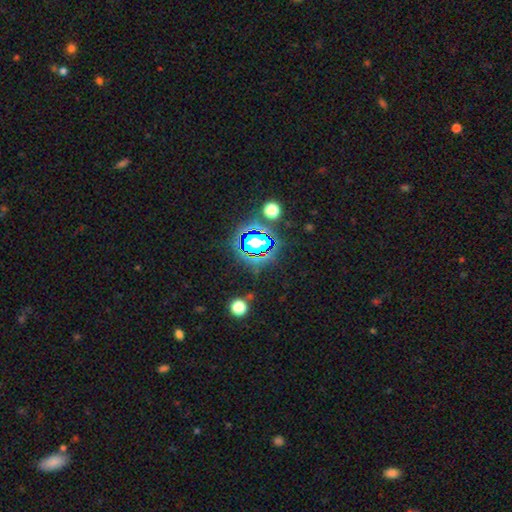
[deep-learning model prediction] The model was most divided on "smooth or featured": star or artifact: 72%, smooth: 18%, featured or disk: 10%.